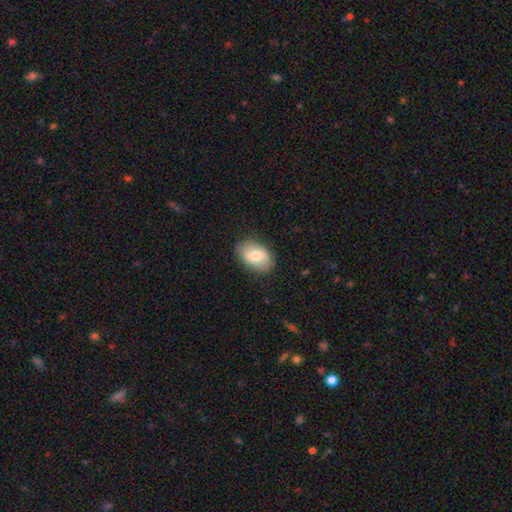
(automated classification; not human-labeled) A smooth galaxy with no disk features (73%) that is in between round and cigar-shaped (88%). Merging: none (83%).